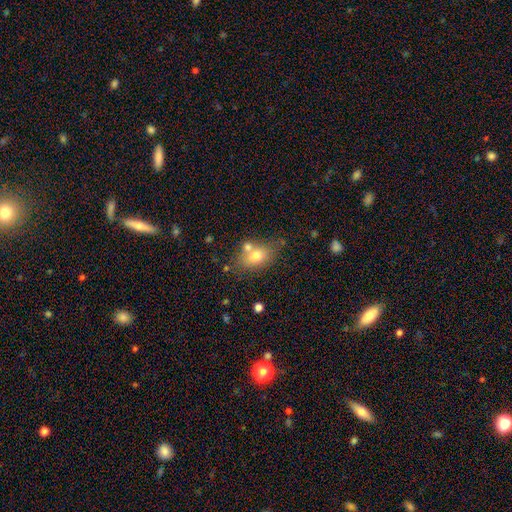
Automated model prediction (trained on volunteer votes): Q: Smooth or featured?
A: smooth (72%); runner-up: featured or disk (18%)
Q: How rounded?
A: in between (80%); runner-up: round (17%)
Q: Merging?
A: none (58%); runner-up: merger (22%)